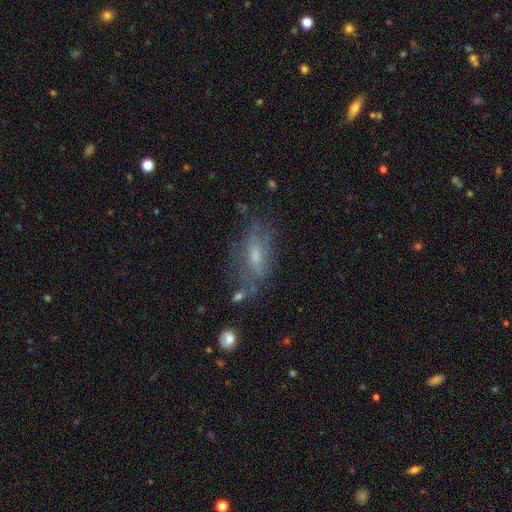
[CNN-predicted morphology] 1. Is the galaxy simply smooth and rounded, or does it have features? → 51% featured or disk, 39% smooth, 11% star or artifact.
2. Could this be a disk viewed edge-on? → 80% no, 20% yes.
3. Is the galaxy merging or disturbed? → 52% none, 24% minor disturbance, 18% major disturbance, 6% merger.